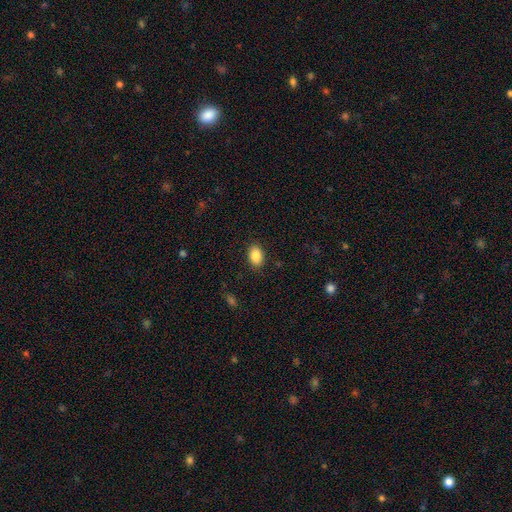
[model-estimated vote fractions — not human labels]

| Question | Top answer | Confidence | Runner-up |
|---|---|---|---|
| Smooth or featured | smooth | 88% | star or artifact (8%) |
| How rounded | in between | 87% | round (12%) |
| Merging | none | 87% | minor disturbance (9%) |